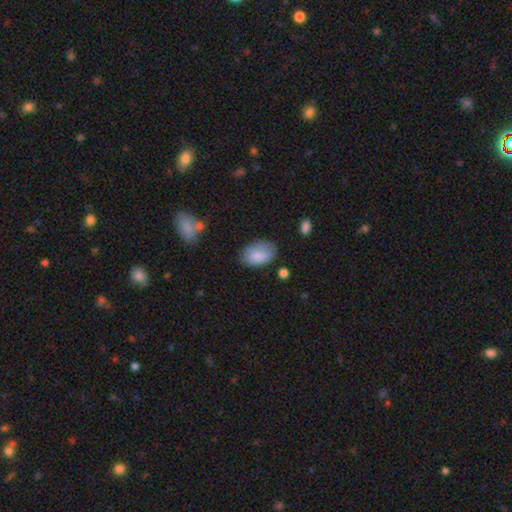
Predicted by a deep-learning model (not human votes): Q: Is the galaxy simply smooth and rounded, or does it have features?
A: smooth — 84%.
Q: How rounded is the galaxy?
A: in between — 91%.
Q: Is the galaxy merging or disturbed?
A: none — 71%.